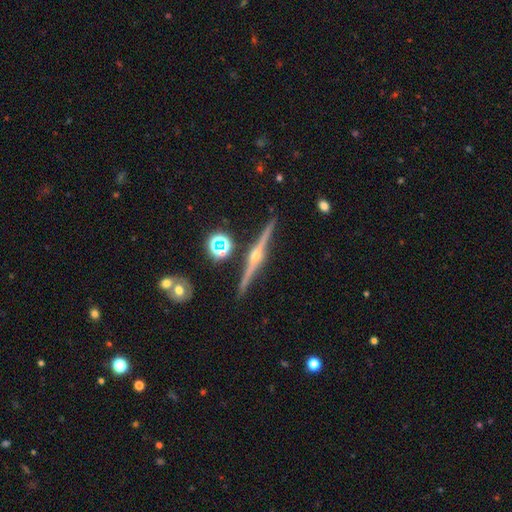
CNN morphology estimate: The model was most divided on "smooth or featured": featured or disk: 87%, star or artifact: 7%, smooth: 7%. More confident: edge-on disk — yes (98%); edge-on bulge — rounded (93%); merging — none (91%).